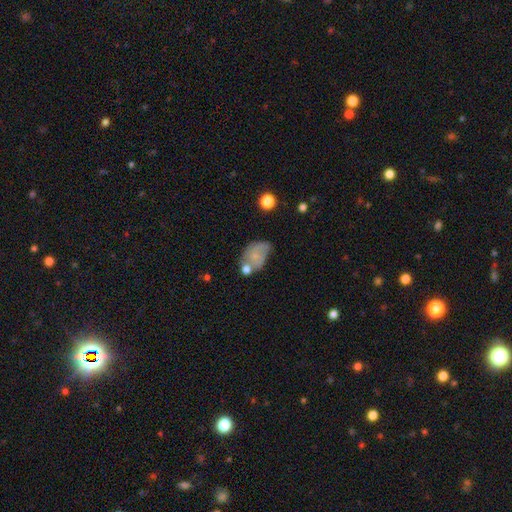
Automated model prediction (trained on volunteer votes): Morphology: type=smooth (56%); roundness=in between (83%); merging=none (35%).